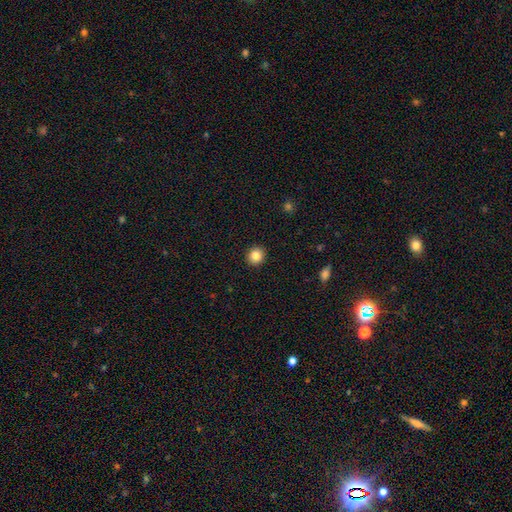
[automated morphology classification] Q: Smooth or featured?
A: smooth (85%); runner-up: star or artifact (10%)
Q: How rounded?
A: round (89%); runner-up: in between (10%)
Q: Merging?
A: none (93%); runner-up: minor disturbance (5%)